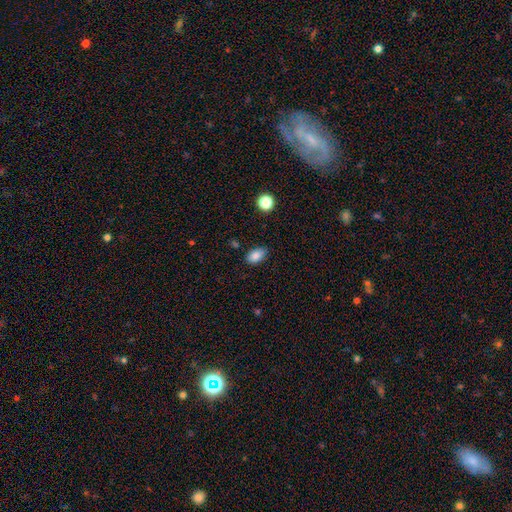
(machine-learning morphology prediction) This is clearly a smooth galaxy (85%). How rounded: clearly in between (89%). Merging: clearly none (82%).